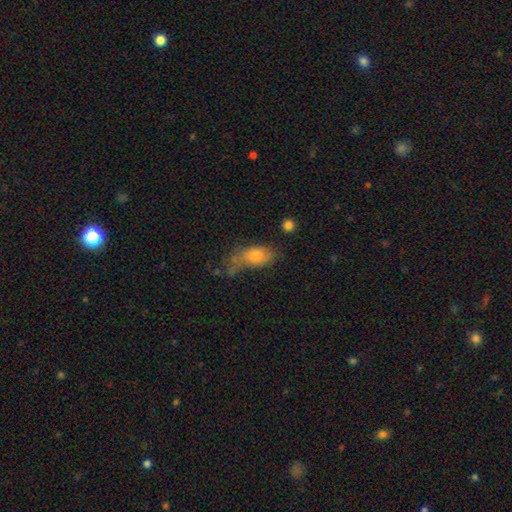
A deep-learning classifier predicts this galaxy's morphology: smooth 72%, featured or disk 18%, star or artifact 10%. Down the decision tree: how rounded — in between (81%); merging — none (31%).